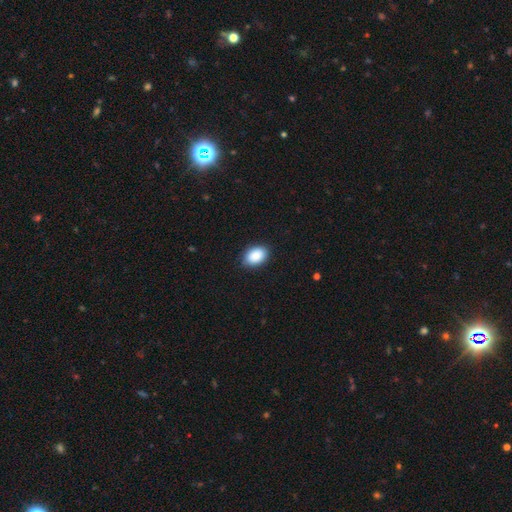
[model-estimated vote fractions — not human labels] The model was most divided on "how rounded": in between: 87%, round: 12%, cigar-shaped: 1%. More confident: smooth or featured — smooth (90%); merging — none (87%).